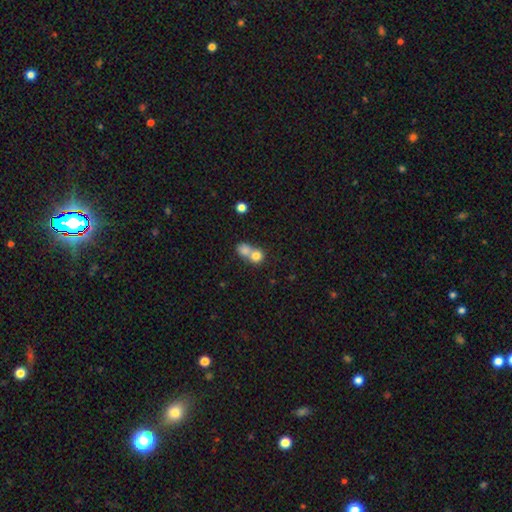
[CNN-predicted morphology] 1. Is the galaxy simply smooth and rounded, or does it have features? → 78% smooth, 12% featured or disk, 10% star or artifact.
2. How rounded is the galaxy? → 79% round, 20% in between, 1% cigar-shaped.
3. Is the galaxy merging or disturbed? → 63% merger, 29% none, 5% minor disturbance, 3% major disturbance.